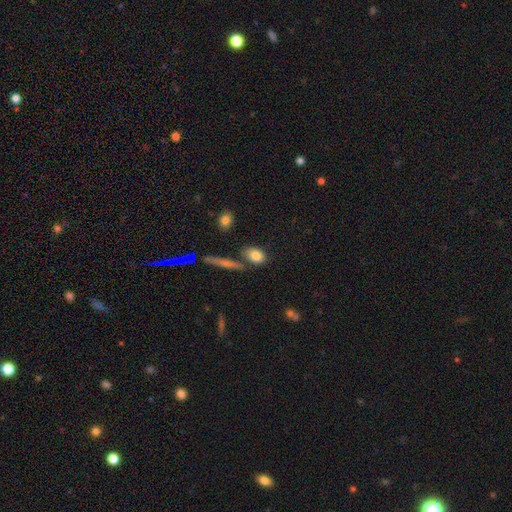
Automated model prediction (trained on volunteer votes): smooth_or_featured: smooth (p=0.83) [alt: featured or disk p=0.09]
how_rounded: in between (p=0.69) [alt: round p=0.25]
merging: none (p=0.68) [alt: minor disturbance p=0.15]